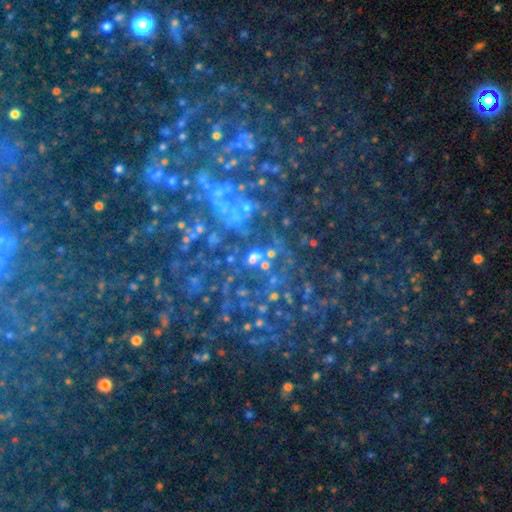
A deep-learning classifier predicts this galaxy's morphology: Q: Smooth or featured?
A: star or artifact (69%); runner-up: smooth (16%)